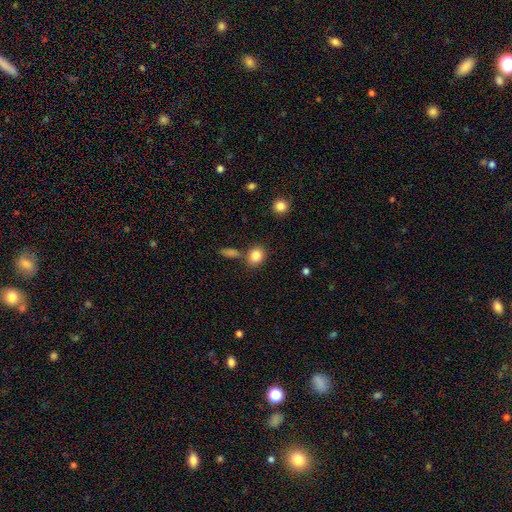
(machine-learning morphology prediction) A smooth galaxy with no disk features (85%) that is round (60%). Merging: none (75%).